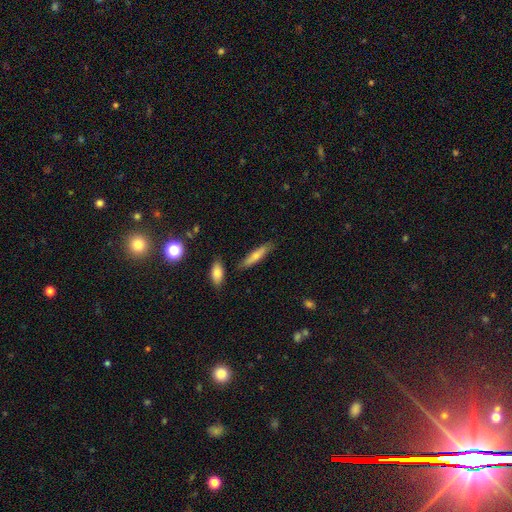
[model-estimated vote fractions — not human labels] smooth_or_featured: smooth (p=0.69) [alt: featured or disk p=0.25]
how_rounded: cigar-shaped (p=0.79) [alt: in between p=0.19]
merging: none (p=0.83) [alt: minor disturbance p=0.11]